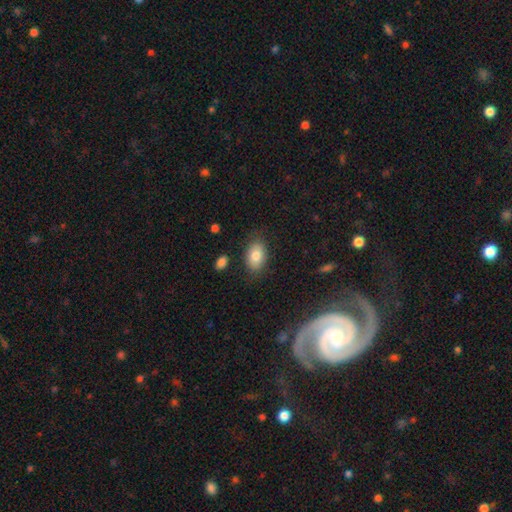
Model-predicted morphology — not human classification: The model was most divided on "merging": none: 80%, minor disturbance: 14%, major disturbance: 4%, merger: 2%. More confident: how rounded — in between (85%); smooth or featured — smooth (82%).